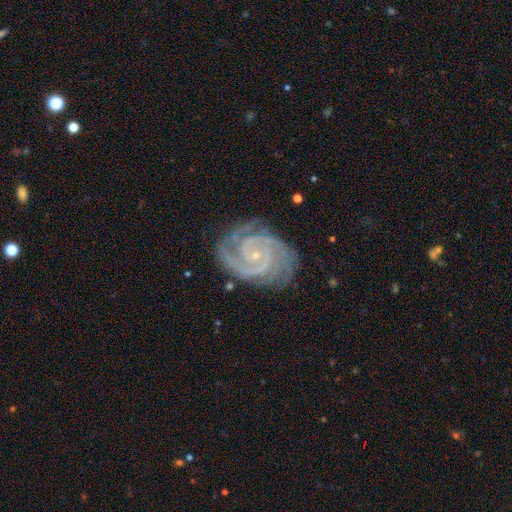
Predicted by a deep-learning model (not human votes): A featured or disk galaxy (93%) with no bar (65%), 2 (61%) tight (71%) spiral arms (99%) and a small central bulge (87%). Merging: none (79%).